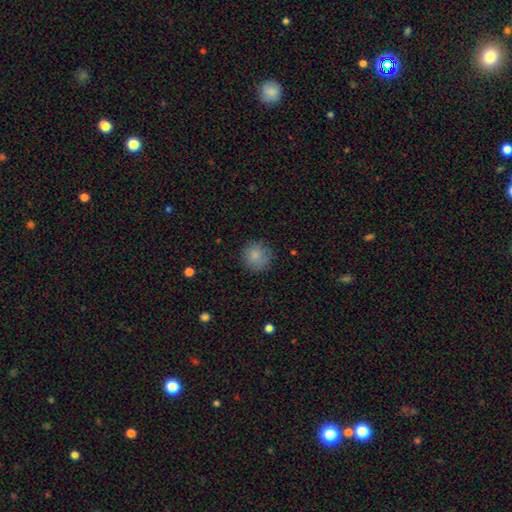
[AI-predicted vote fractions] Smooth or featured? Predicted: smooth (p=0.86). How rounded? Predicted: round (p=0.93). Merging? Predicted: none (p=0.86).